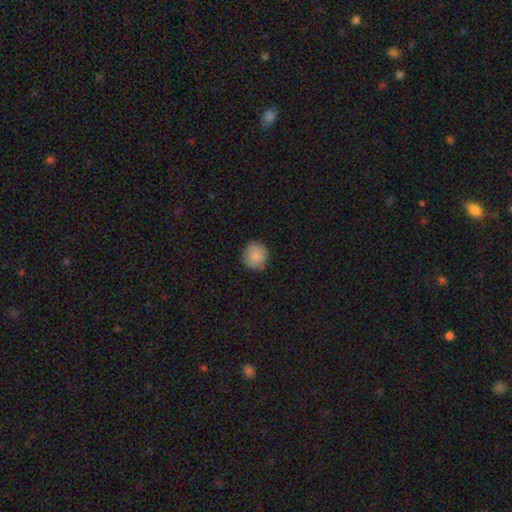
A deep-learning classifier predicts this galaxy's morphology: smooth_or_featured: smooth (p=0.86) [alt: star or artifact p=0.08]
how_rounded: round (p=0.92) [alt: in between p=0.07]
merging: none (p=0.85) [alt: minor disturbance p=0.11]